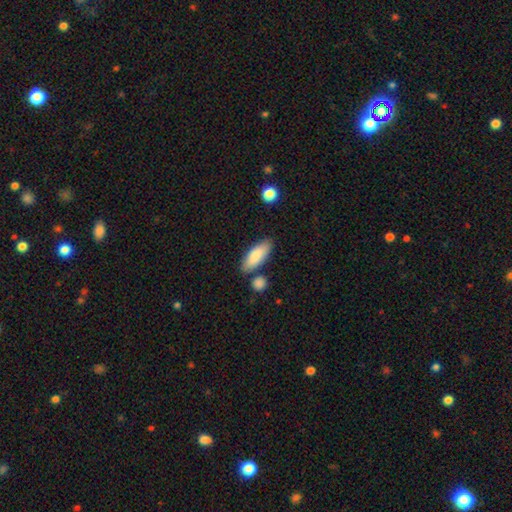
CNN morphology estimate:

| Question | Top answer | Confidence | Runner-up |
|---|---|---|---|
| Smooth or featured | smooth | 85% | featured or disk (10%) |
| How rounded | in between | 73% | cigar-shaped (25%) |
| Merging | none | 76% | minor disturbance (13%) |